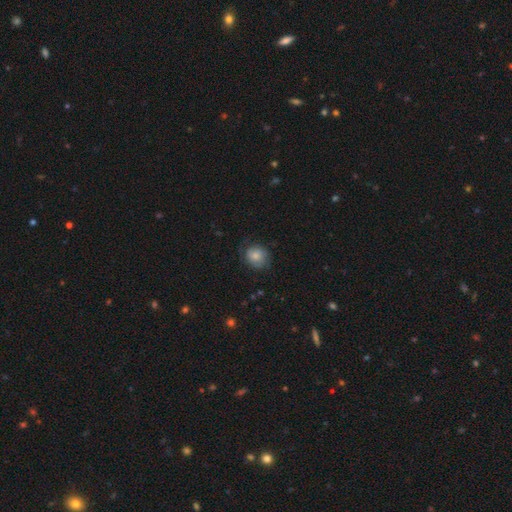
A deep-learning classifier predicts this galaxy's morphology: Smooth or featured? smooth (74%)
How rounded? round (70%)
Merging? none (67%)